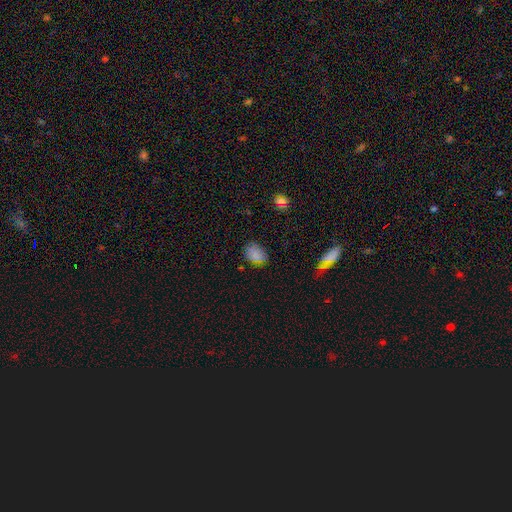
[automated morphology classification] Smooth or featured?
  - smooth: 82% *
  - star or artifact: 13%
  - featured or disk: 5%
How rounded?
  - in between: 79% *
  - round: 20%
  - cigar-shaped: 1%
Merging?
  - none: 78% *
  - minor disturbance: 16%
  - major disturbance: 4%
  - merger: 2%